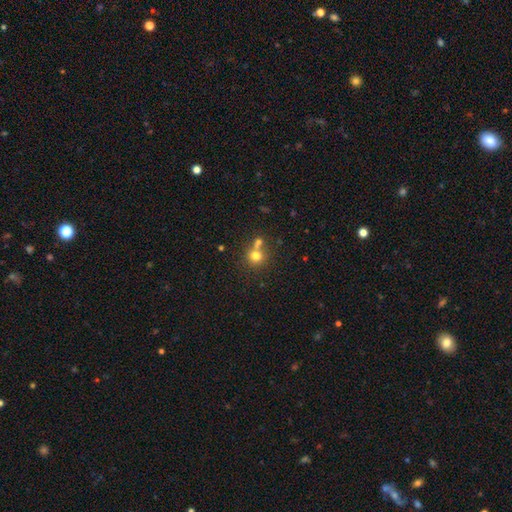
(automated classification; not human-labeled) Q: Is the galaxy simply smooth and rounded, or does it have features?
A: smooth — 72%.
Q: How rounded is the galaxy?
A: round — 85%.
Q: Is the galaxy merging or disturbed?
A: none — 49%.